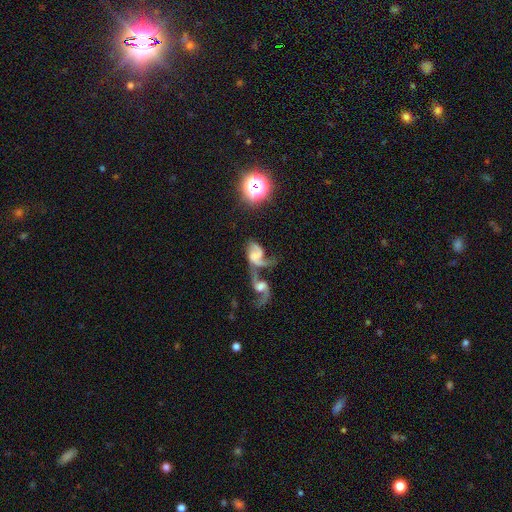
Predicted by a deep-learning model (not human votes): The model was most divided on "bulge size": none: 35%, moderate: 26%, small: 26%, large: 10%, dominant: 3%. More confident: edge-on disk — no (96%); spiral arms — yes (86%); spiral arm count — 2 (71%); smooth or featured — featured or disk (71%); spiral winding — loose (69%); merging — merger (65%); bar — no (52%).